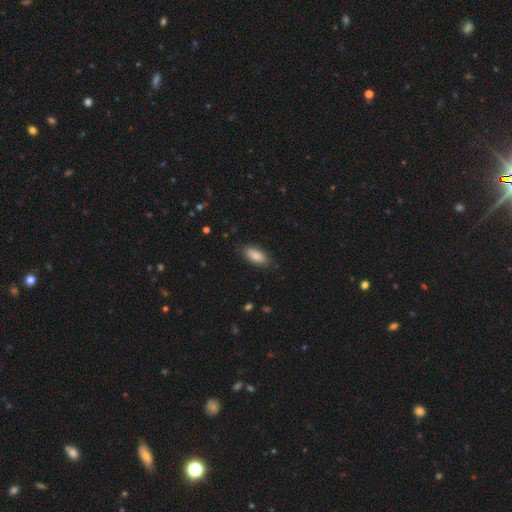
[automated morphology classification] Smooth or featured?
  - smooth: 87% *
  - featured or disk: 7%
  - star or artifact: 7%
How rounded?
  - in between: 86% *
  - cigar-shaped: 12%
  - round: 2%
Merging?
  - none: 84% *
  - minor disturbance: 12%
  - major disturbance: 3%
  - merger: 1%